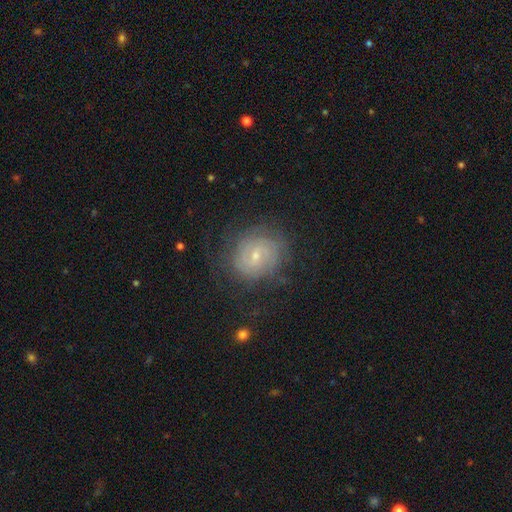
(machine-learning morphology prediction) Overall: featured or disk (67%). Edge-on disk: no (97%). Bar: weak (47%; no 44%). Spiral arms: yes (85%). Spiral arm count: can't tell (47%; 2 30%). Spiral winding: tight (65%; medium 26%). Bulge size: small (70%). Merging: none (73%).